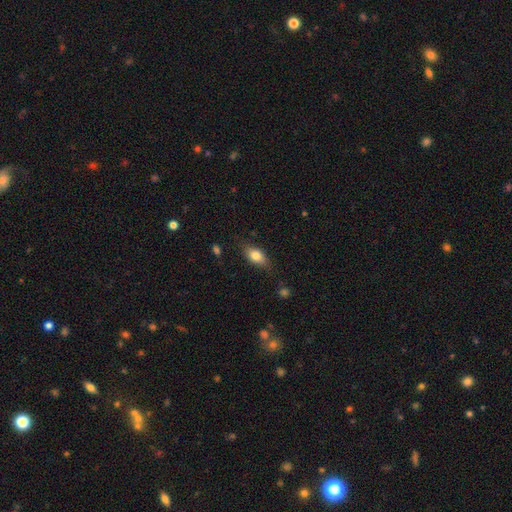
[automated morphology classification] smooth 79%, featured or disk 14%, star or artifact 8%. Down the decision tree: how rounded — in between (84%); merging — none (77%).